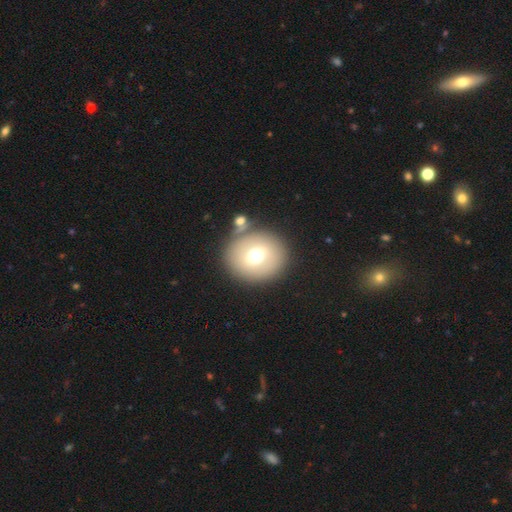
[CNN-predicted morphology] This is likely a smooth galaxy (66%). How rounded: clearly round (81%). Merging: likely none (77%).